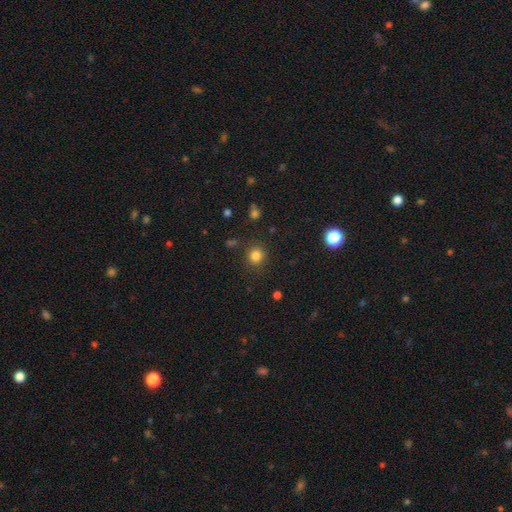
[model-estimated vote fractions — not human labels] smooth_or_featured: smooth (p=0.82) [alt: star or artifact p=0.13]
how_rounded: round (p=0.88) [alt: in between p=0.11]
merging: none (p=0.86) [alt: minor disturbance p=0.08]